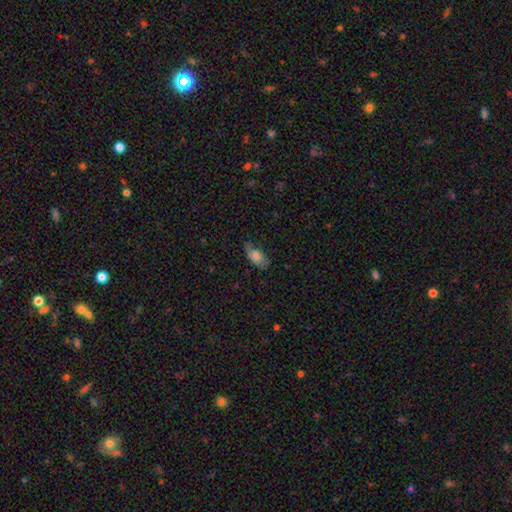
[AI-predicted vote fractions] This appears to be a smooth galaxy with no disk features (69%) that is in between round and cigar-shaped (90%). Merging: none (57%).